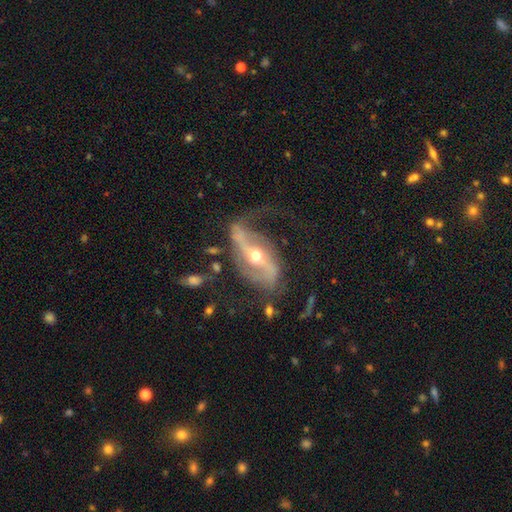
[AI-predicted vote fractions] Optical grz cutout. It shows a featured or disk galaxy (85%) with a strong bar (55%), 2 (86%) loose (64%) spiral arms (87%) and a moderate central bulge (66%). Merging: none (49%).